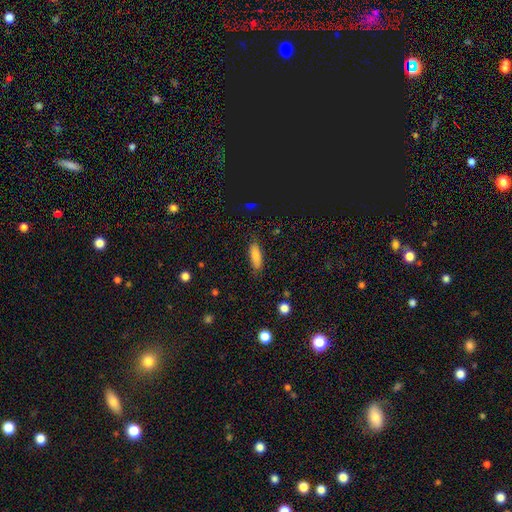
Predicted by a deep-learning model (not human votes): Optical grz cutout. It shows a smooth galaxy with no disk features (84%) that is in between round and cigar-shaped (62%). Merging: none (82%).